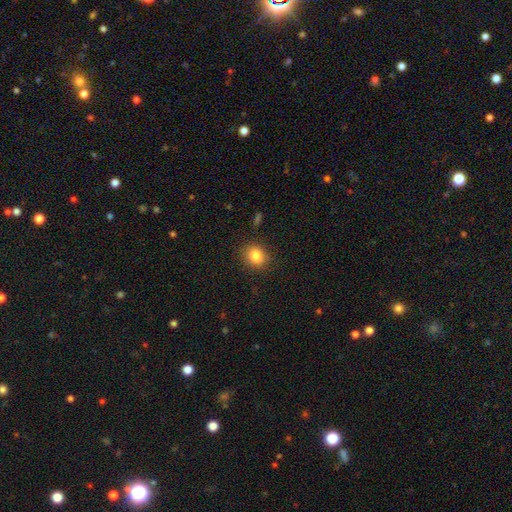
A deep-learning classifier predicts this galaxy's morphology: type=smooth (84%); roundness=round (68%); merging=none (87%).